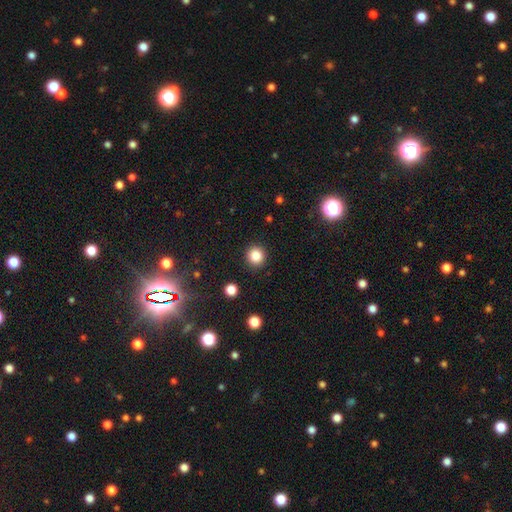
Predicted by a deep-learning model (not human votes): Smooth or featured? smooth (84%)
How rounded? round (92%)
Merging? none (91%)